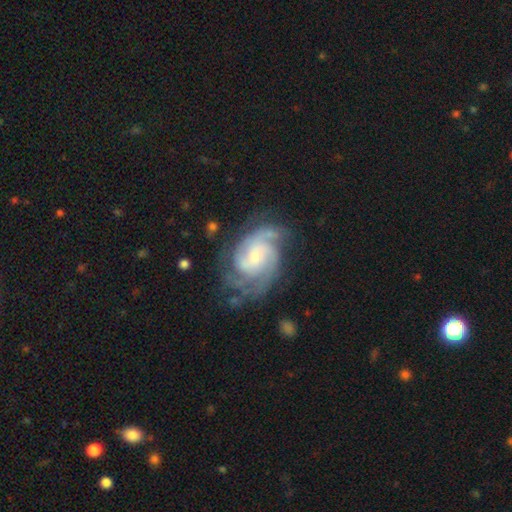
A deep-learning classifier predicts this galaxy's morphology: Smooth or featured? Predicted: featured or disk (p=0.88). Edge-on disk? Predicted: no (p=0.98). Bar? Predicted: no (p=0.57). Spiral arms? Predicted: yes (p=0.98). Spiral winding? Predicted: tight (p=0.52). Spiral arm count? Predicted: 3 (p=0.37). Bulge size? Predicted: small (p=0.48). Merging? Predicted: none (p=0.65).